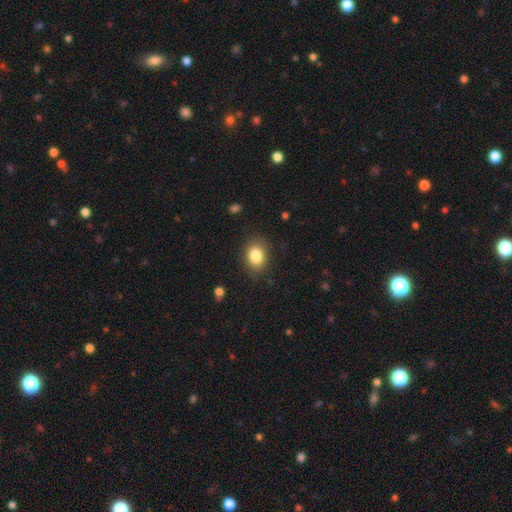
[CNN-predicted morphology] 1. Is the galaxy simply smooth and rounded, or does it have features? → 83% smooth, 9% star or artifact, 8% featured or disk.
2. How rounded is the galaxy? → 59% in between, 40% round, 1% cigar-shaped.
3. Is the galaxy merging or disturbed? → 82% none, 13% minor disturbance, 4% major disturbance, 1% merger.